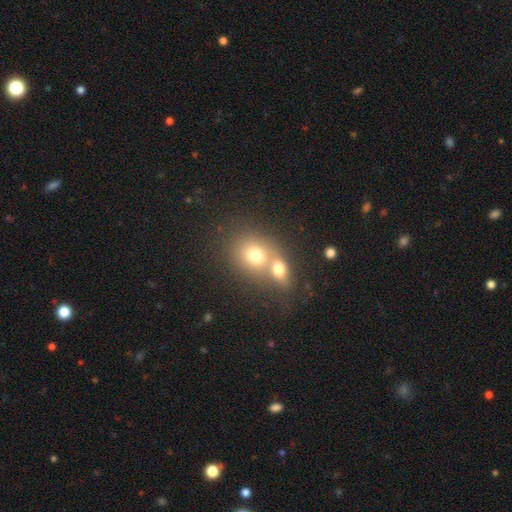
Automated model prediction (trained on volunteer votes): This is likely a smooth galaxy (70%). How rounded: likely round (64%). Merging: likely merger (60%).